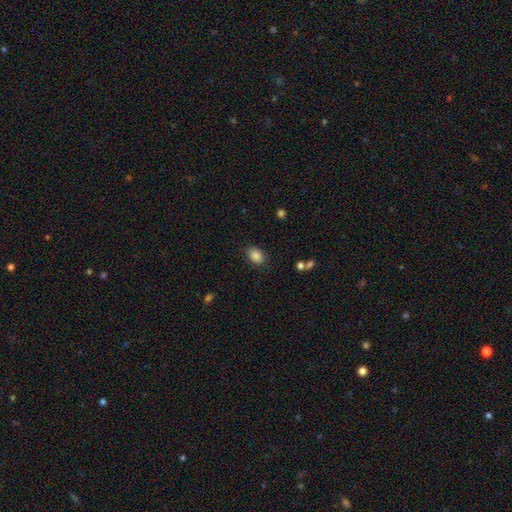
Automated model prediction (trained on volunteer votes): smooth_or_featured: smooth (p=0.86) [alt: star or artifact p=0.09]
how_rounded: in between (p=0.80) [alt: round p=0.19]
merging: none (p=0.83) [alt: minor disturbance p=0.12]